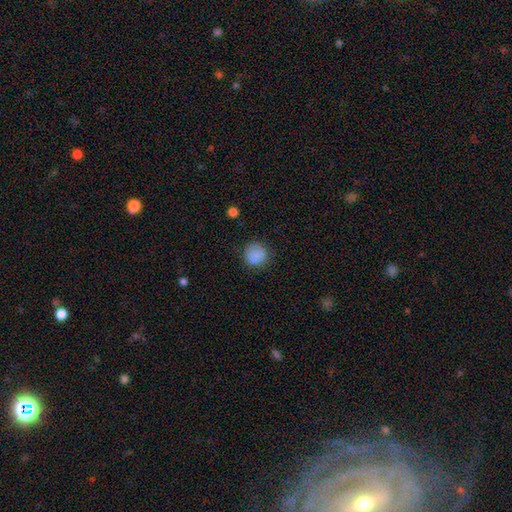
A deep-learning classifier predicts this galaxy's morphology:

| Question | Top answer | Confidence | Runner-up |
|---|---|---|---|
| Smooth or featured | smooth | 86% | star or artifact (10%) |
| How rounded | round | 89% | in between (10%) |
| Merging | none | 81% | minor disturbance (13%) |